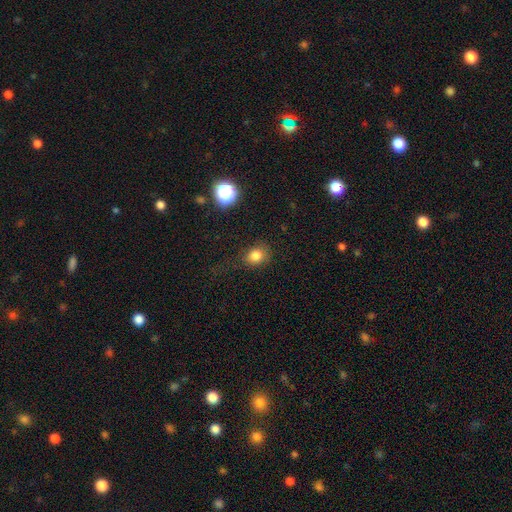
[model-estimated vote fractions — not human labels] This is clearly a smooth galaxy (80%). How rounded: likely round (61%). Merging: likely none (71%).